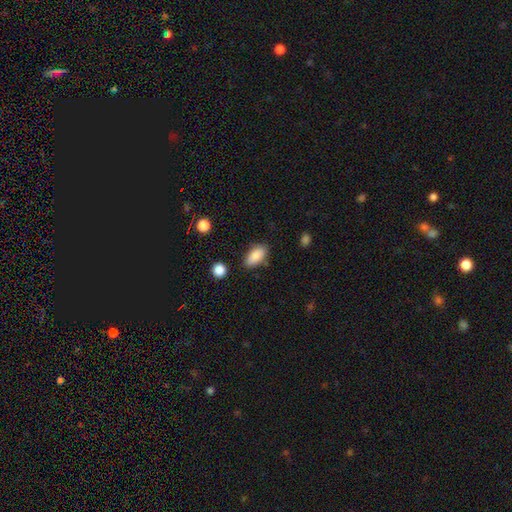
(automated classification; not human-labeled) Smooth or featured? smooth (87%)
How rounded? in between (91%)
Merging? none (81%)